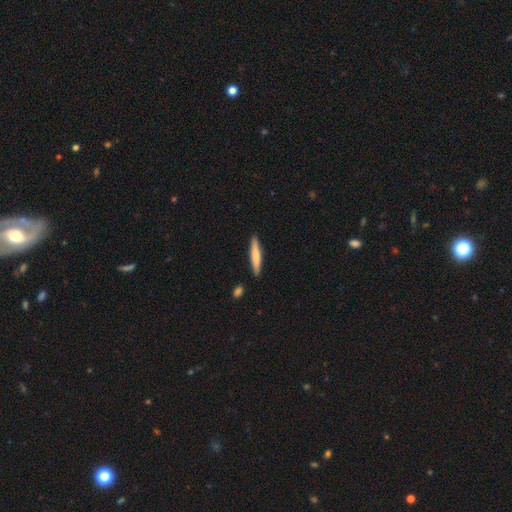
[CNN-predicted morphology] smooth 70%, featured or disk 25%, star or artifact 5%. Down the decision tree: how rounded — cigar-shaped (92%); merging — none (88%).